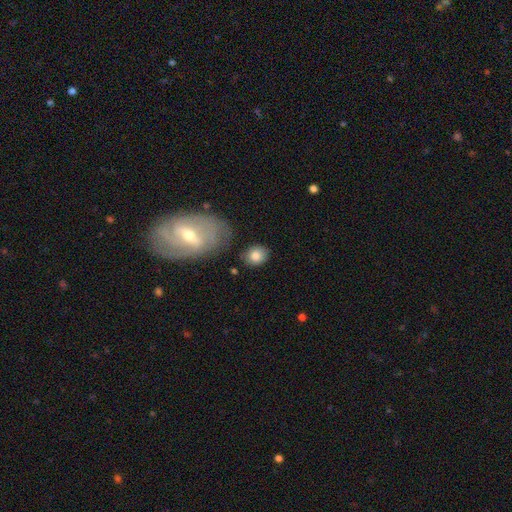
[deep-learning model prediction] Overall: smooth (82%). How rounded: round (63%; in between 35%). Merging: none (77%).